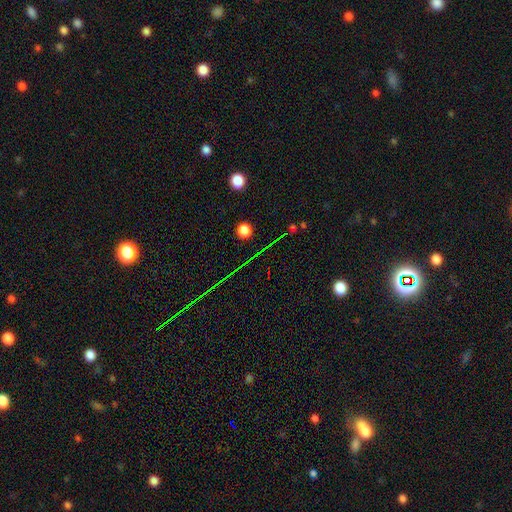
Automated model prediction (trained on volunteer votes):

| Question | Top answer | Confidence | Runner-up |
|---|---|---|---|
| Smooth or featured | star or artifact | 67% | smooth (21%) |